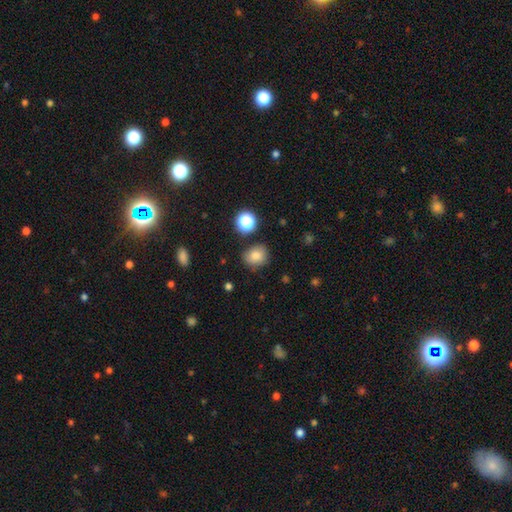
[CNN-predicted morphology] type=smooth (80%); roundness=round (69%); merging=none (78%).